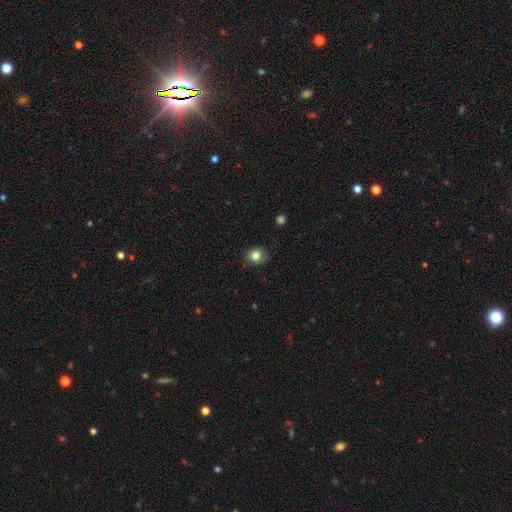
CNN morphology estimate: smooth-or-featured: smooth: 81% | star or artifact: 10% | featured or disk: 9%
  how-rounded: round: 57% | in between: 42% | cigar-shaped: 1%
  merging: none: 78% | minor disturbance: 18% | major disturbance: 3% | merger: 1%